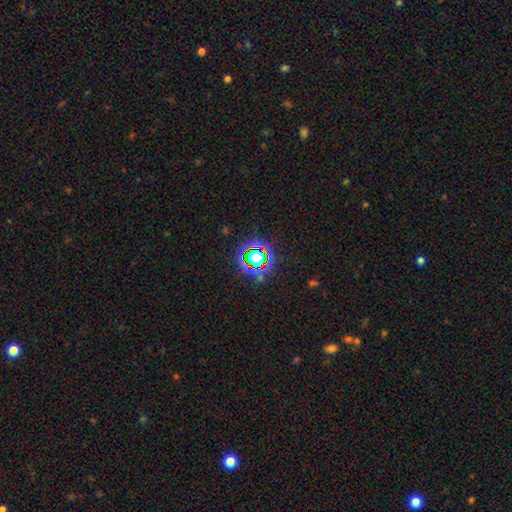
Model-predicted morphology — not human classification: This is likely a star or artifact rather than a galaxy (63%).